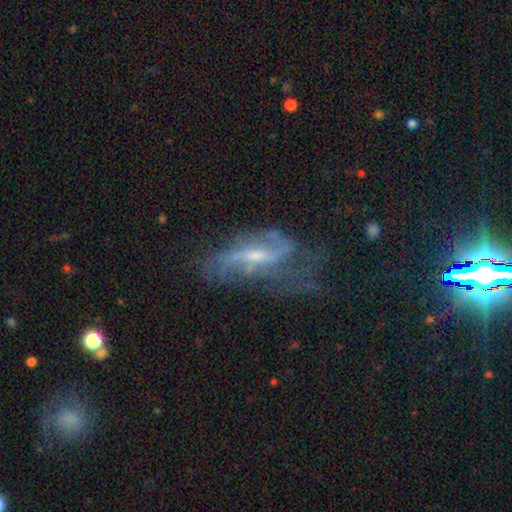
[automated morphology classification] Q: Smooth or featured?
A: featured or disk (76%); runner-up: smooth (14%)
Q: Edge-on disk?
A: no (83%); runner-up: yes (17%)
Q: Bar?
A: weak (45%); runner-up: no (30%)
Q: Spiral arms?
A: yes (82%); runner-up: no (18%)
Q: Spiral winding?
A: loose (57%); runner-up: medium (30%)
Q: Spiral arm count?
A: 2 (56%); runner-up: can't tell (25%)
Q: Bulge size?
A: small (52%); runner-up: moderate (38%)
Q: Merging?
A: none (45%); runner-up: major disturbance (28%)